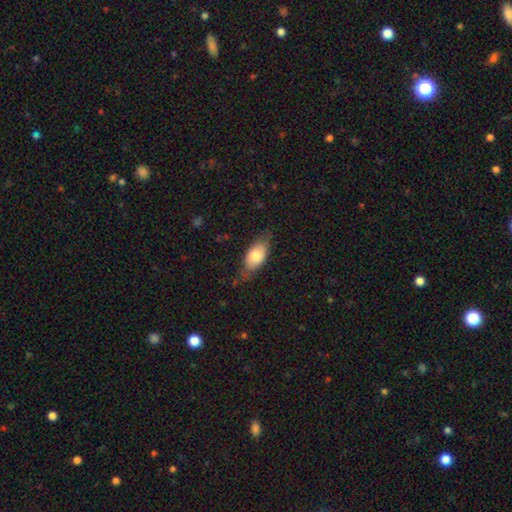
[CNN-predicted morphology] Smooth or featured: smooth — 74% (featured or disk — 20%)
How rounded: in between — 88% (cigar-shaped — 7%)
Merging: none — 67% (minor disturbance — 24%)